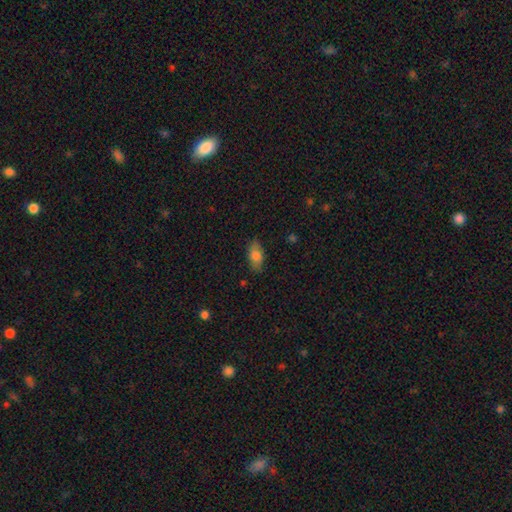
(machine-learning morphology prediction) Q: Smooth or featured?
A: smooth (78%); runner-up: featured or disk (14%)
Q: How rounded?
A: in between (88%); runner-up: cigar-shaped (8%)
Q: Merging?
A: none (80%); runner-up: minor disturbance (15%)